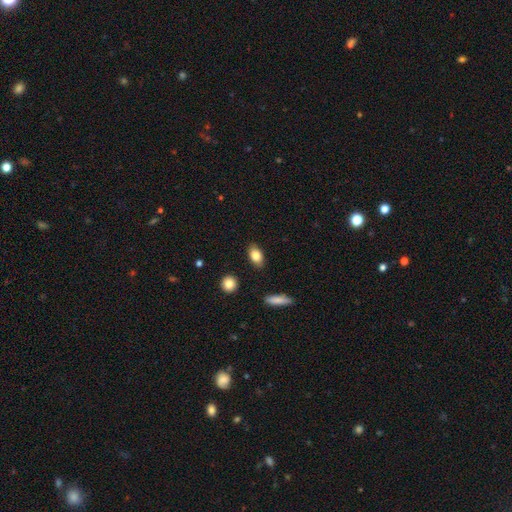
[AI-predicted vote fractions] Smooth or featured: smooth — 83% (featured or disk — 10%)
How rounded: in between — 86% (round — 9%)
Merging: none — 86% (minor disturbance — 9%)